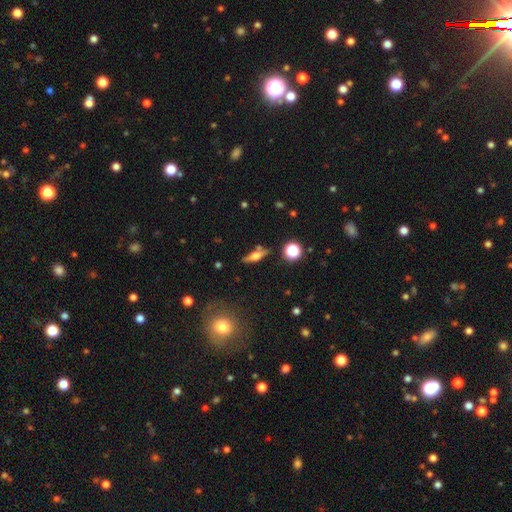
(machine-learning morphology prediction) This is possibly a featured or disk galaxy (55%). It is clearly viewed edge-on (91%). Edge-on bulge: clearly rounded (91%). Merging: likely none (76%).